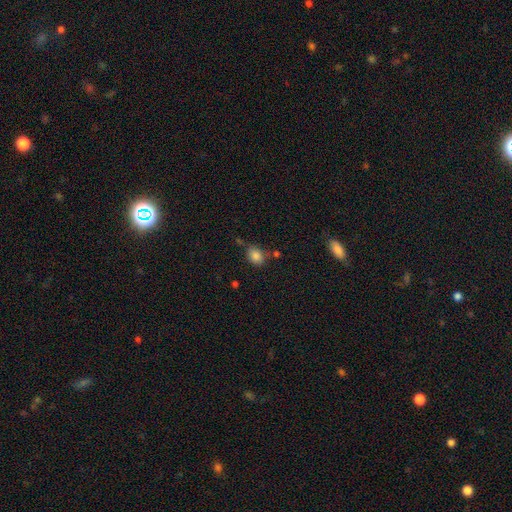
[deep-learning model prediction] This is clearly a smooth galaxy (84%). How rounded: possibly in between (58%). Merging: likely none (70%).